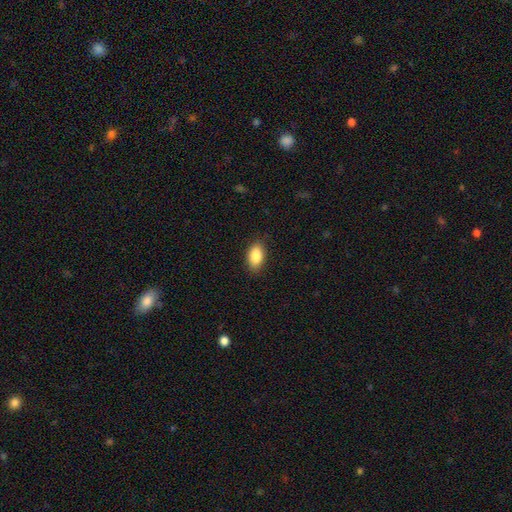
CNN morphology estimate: smooth-or-featured: smooth: 88% | star or artifact: 7% | featured or disk: 5%
  how-rounded: in between: 92% | round: 5% | cigar-shaped: 3%
  merging: none: 86% | minor disturbance: 10% | major disturbance: 2% | merger: 1%